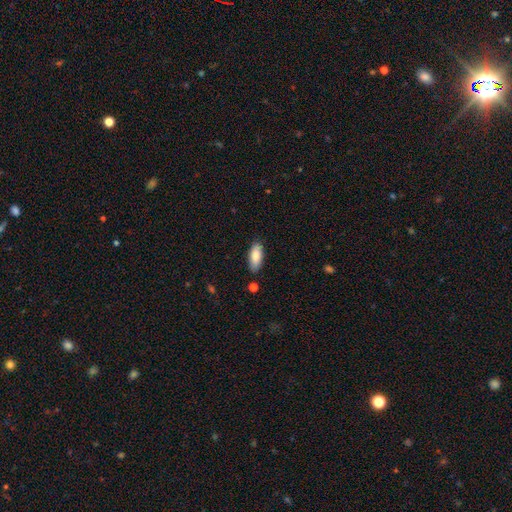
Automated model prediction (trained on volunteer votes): Overall: smooth (86%). How rounded: in between (78%). Merging: none (84%).